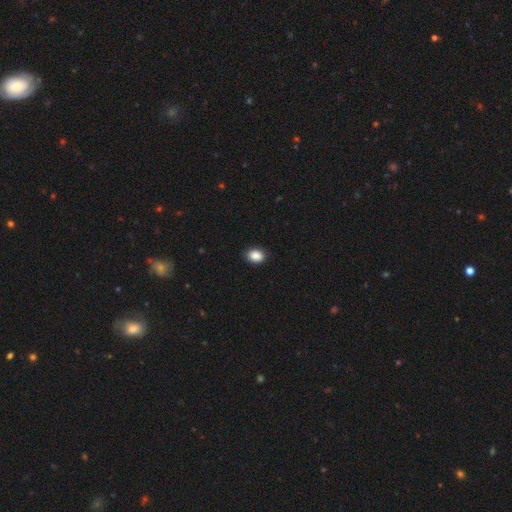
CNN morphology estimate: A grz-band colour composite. It shows a smooth galaxy with no disk features (88%) that is in between round and cigar-shaped (73%). Merging: none (88%).